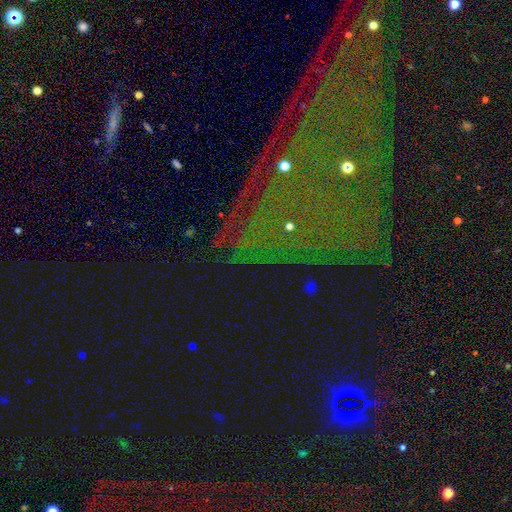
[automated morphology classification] smooth_or_featured: star or artifact (p=0.74) [alt: featured or disk p=0.14]